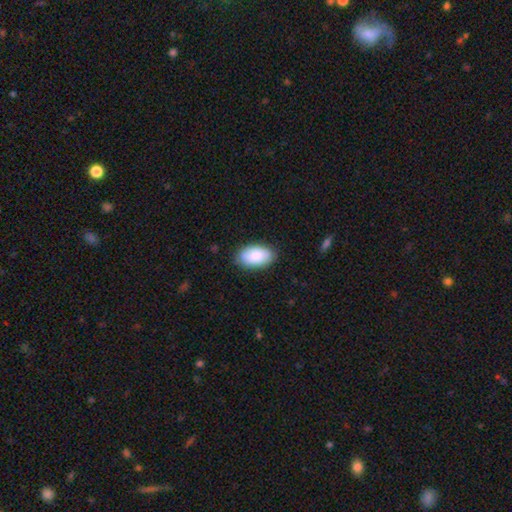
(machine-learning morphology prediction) smooth_or_featured: smooth (p=0.81) [alt: featured or disk p=0.13]
how_rounded: in between (p=0.94) [alt: round p=0.04]
merging: none (p=0.83) [alt: minor disturbance p=0.13]